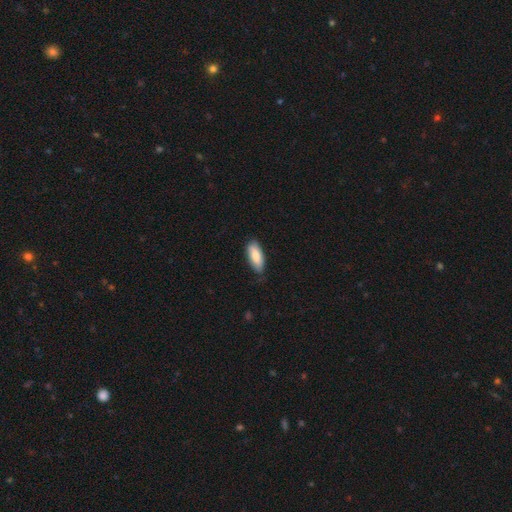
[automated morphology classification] This appears to be a smooth galaxy with no disk features (81%) that is in between round and cigar-shaped (78%). Merging: none (75%).